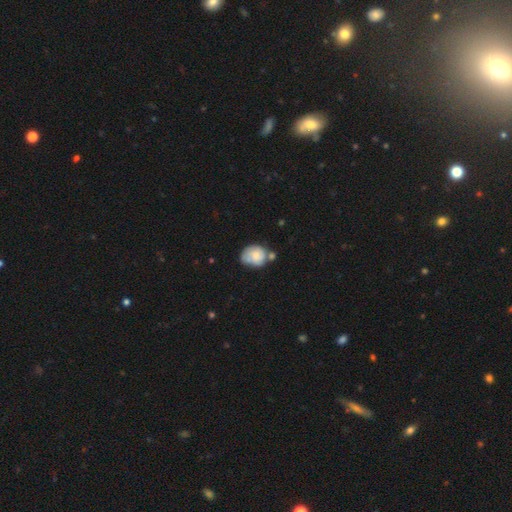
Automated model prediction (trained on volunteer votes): This is likely a smooth galaxy (68%). How rounded: possibly in between (55%). Merging: marginally none (39%).